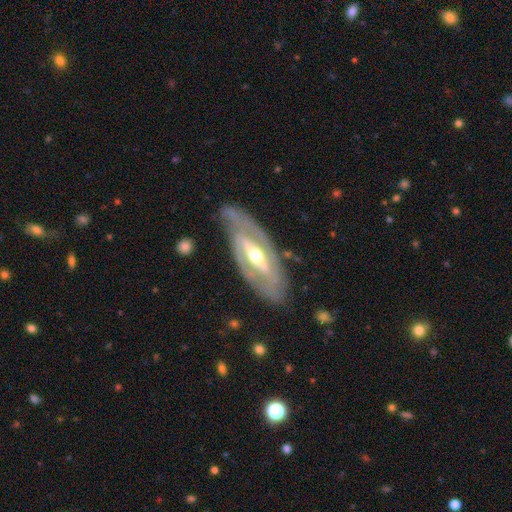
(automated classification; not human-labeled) Smooth or featured: featured or disk — 85% (smooth — 11%)
Edge-on disk: no — 88% (yes — 12%)
Bar: strong — 45% (weak — 30%)
Spiral arms: yes — 77% (no — 23%)
Spiral winding: tight — 51% (medium — 36%)
Spiral arm count: 2 — 76% (can't tell — 15%)
Bulge size: moderate — 67% (small — 26%)
Merging: none — 73% (minor disturbance — 18%)